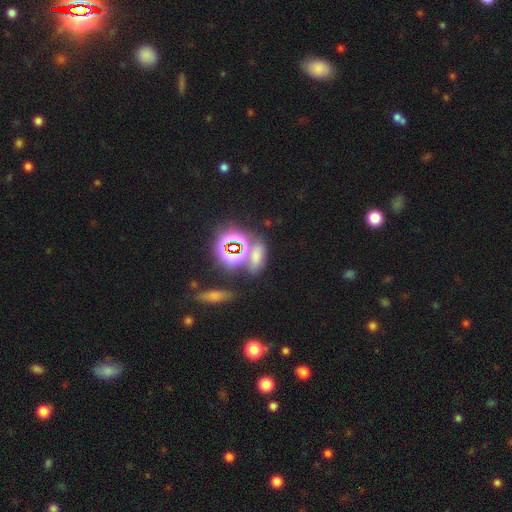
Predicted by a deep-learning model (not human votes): The model was most divided on "smooth or featured": smooth: 51%, star or artifact: 40%, featured or disk: 10%. More confident: how rounded — in between (64%); merging — none (61%).